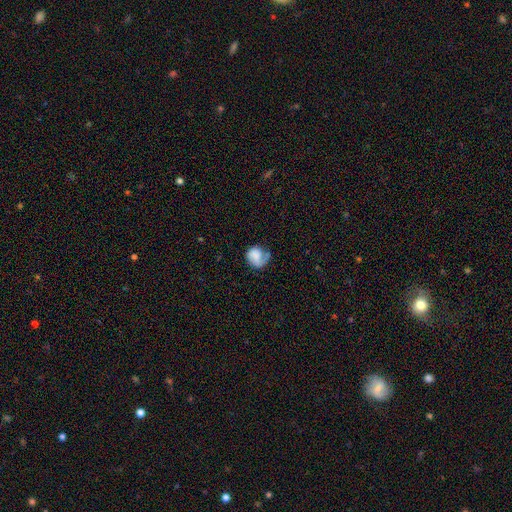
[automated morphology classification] smooth_or_featured: featured or disk (p=0.46) [tied with: smooth p=0.46]
merging: none (p=0.44) [alt: major disturbance p=0.28]